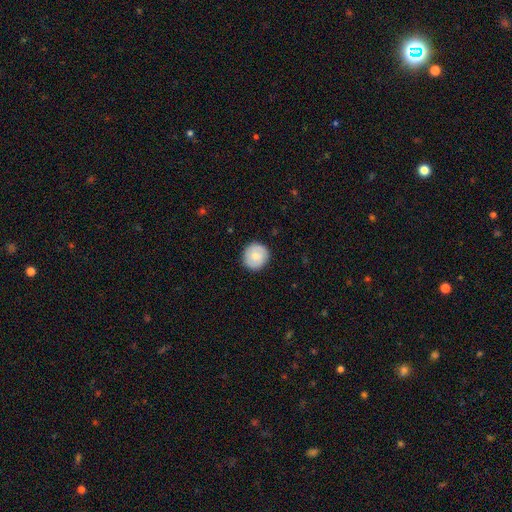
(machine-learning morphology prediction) Smooth or featured? smooth (72%)
How rounded? round (91%)
Merging? none (89%)